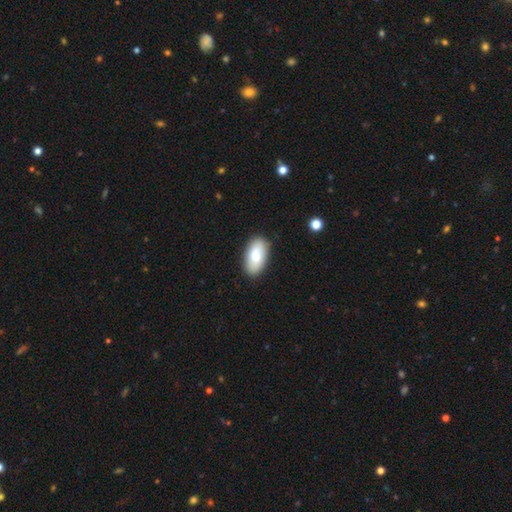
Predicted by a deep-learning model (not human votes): smooth_or_featured: smooth (p=0.77) [alt: featured or disk p=0.17]
how_rounded: in between (p=0.94) [alt: round p=0.03]
merging: none (p=0.88) [alt: minor disturbance p=0.09]